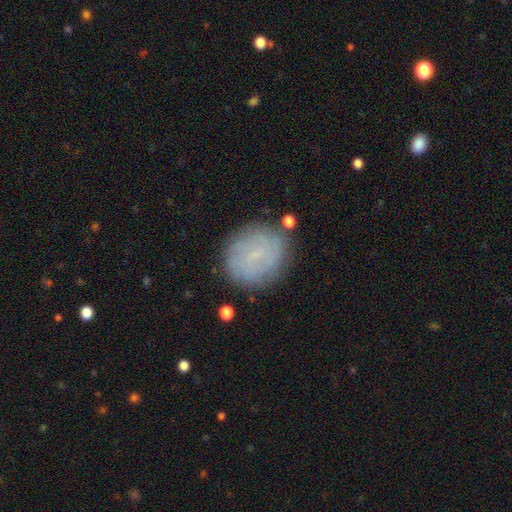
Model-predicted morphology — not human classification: Smooth or featured? Predicted: smooth (p=0.59). How rounded? Predicted: round (p=0.72). Merging? Predicted: none (p=0.80).